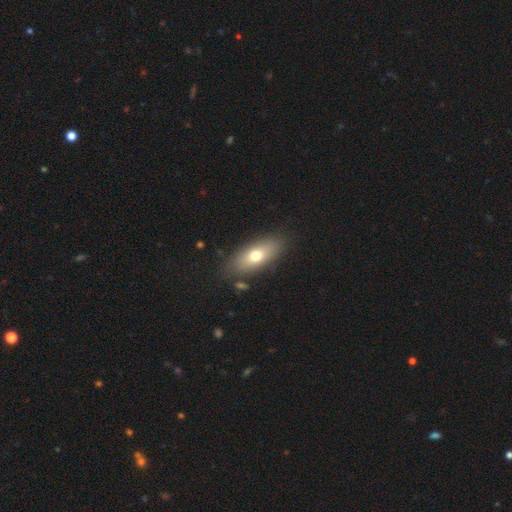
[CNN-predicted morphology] smooth 70%, featured or disk 23%, star or artifact 8%. Down the decision tree: how rounded — in between (79%); merging — none (83%).